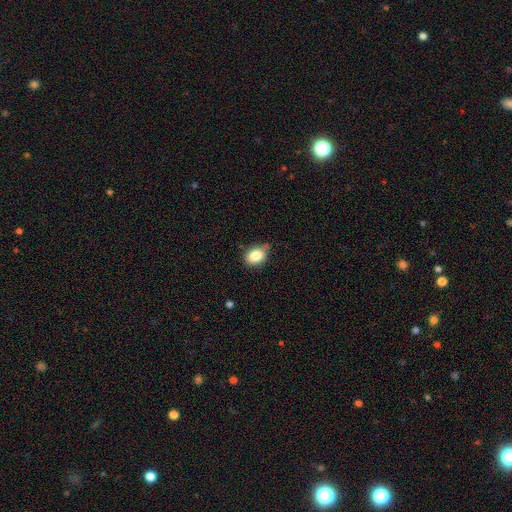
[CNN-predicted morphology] smooth-or-featured: smooth: 83% | star or artifact: 9% | featured or disk: 8%
  how-rounded: in between: 62% | round: 37% | cigar-shaped: 1%
  merging: none: 63% | minor disturbance: 29% | major disturbance: 5% | merger: 3%